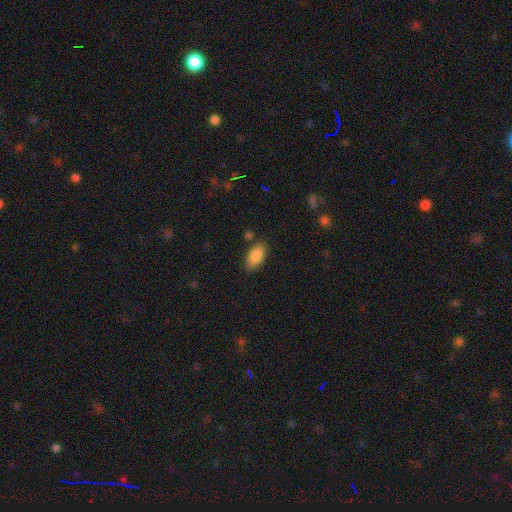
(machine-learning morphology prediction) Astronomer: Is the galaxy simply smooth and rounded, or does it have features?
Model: smooth — 87%.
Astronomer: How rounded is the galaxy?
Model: in between — 92%.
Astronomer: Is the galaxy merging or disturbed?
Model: none — 80%.